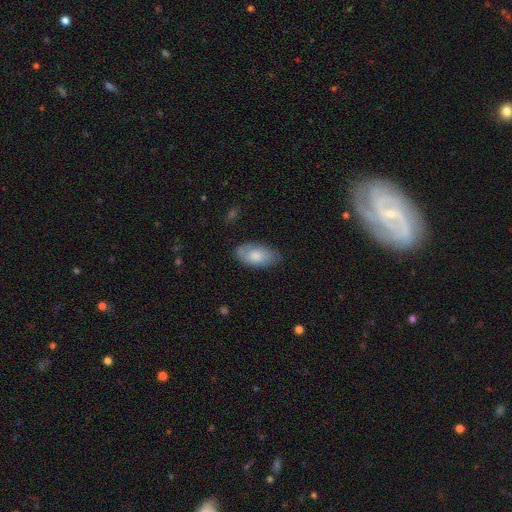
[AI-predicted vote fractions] Smooth or featured? smooth (76%)
How rounded? in between (94%)
Merging? none (75%)